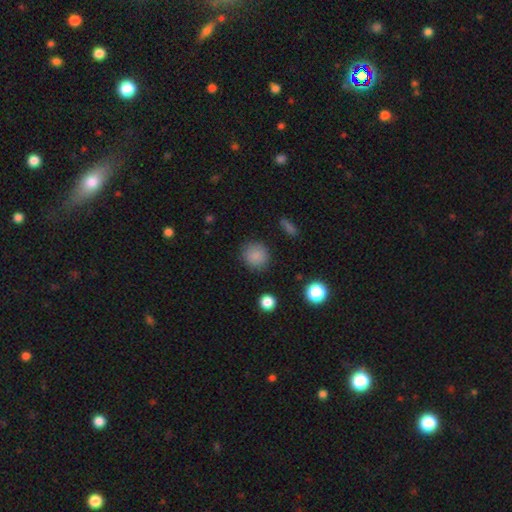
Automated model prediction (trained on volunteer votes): smooth_or_featured: smooth (p=0.85) [alt: star or artifact p=0.10]
how_rounded: round (p=0.89) [alt: in between p=0.10]
merging: none (p=0.86) [alt: minor disturbance p=0.09]